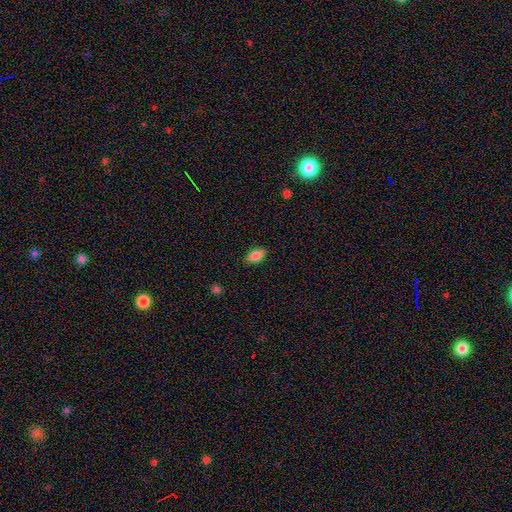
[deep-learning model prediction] Overall: smooth (85%). How rounded: in between (89%). Merging: none (84%).